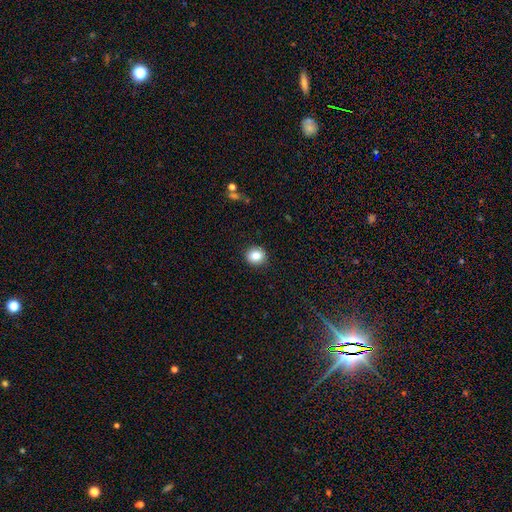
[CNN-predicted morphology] smooth-or-featured: smooth: 85% | star or artifact: 9% | featured or disk: 6%
  how-rounded: round: 84% | in between: 15% | cigar-shaped: 1%
  merging: none: 90% | minor disturbance: 7% | major disturbance: 2% | merger: 1%